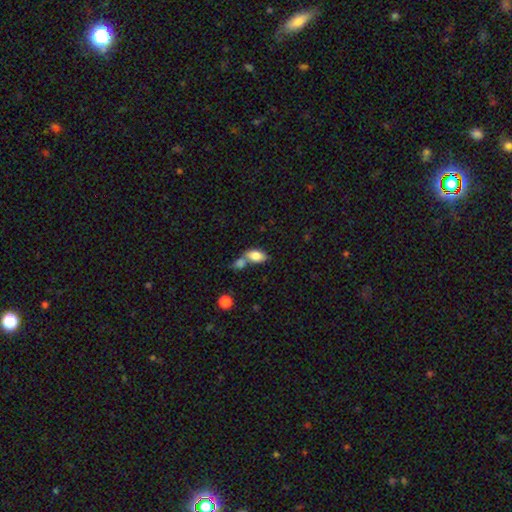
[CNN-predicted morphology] The model was most divided on "merging": merger: 48%, none: 36%, minor disturbance: 11%, major disturbance: 5%. More confident: how rounded — in between (89%); smooth or featured — smooth (80%).